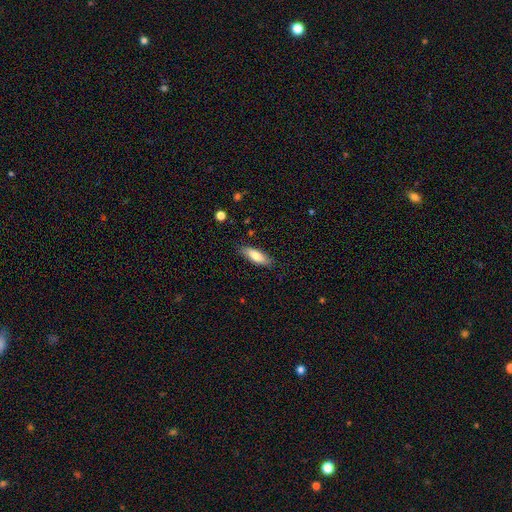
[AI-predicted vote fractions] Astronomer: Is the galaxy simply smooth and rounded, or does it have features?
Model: smooth — 77%.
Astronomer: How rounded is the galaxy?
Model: in between — 65%.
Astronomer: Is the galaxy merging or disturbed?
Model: none — 84%.